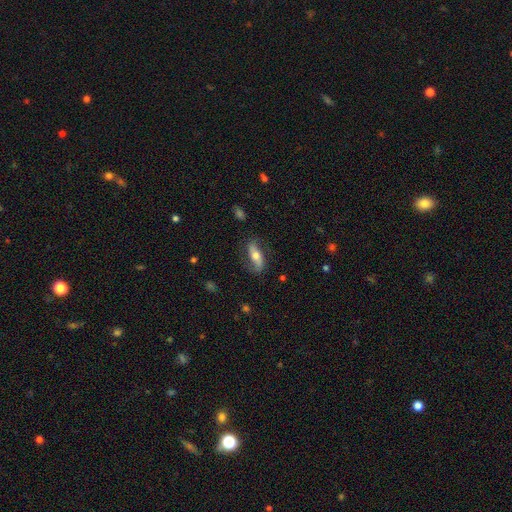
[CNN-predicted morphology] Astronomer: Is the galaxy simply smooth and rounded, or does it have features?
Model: featured or disk — 61%.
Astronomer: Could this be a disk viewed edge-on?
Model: no — 82%.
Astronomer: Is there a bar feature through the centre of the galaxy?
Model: no — 43% (runner-up: strong, 33%).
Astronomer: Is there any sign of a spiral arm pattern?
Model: yes — 83%.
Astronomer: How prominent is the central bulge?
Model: moderate — 67%.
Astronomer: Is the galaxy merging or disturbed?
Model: none — 73%.